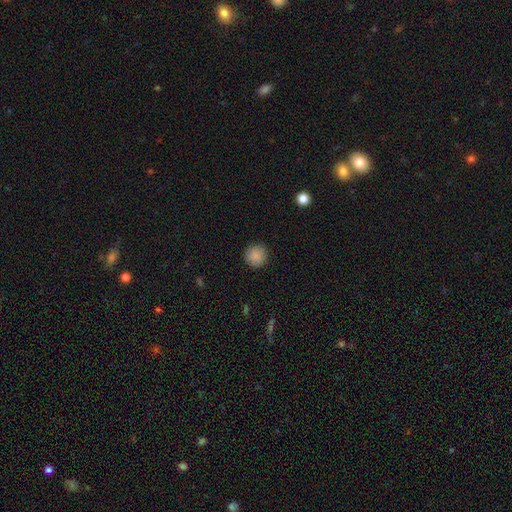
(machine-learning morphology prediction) This is clearly a smooth galaxy (88%). How rounded: clearly round (95%). Merging: clearly none (91%).